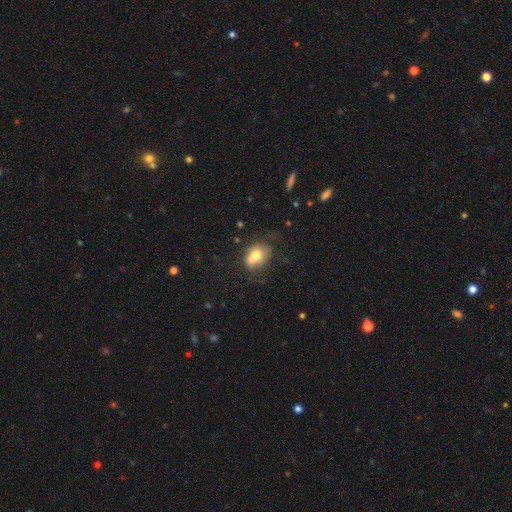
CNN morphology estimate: Smooth or featured: smooth — 69% (featured or disk — 20%)
How rounded: in between — 50% (round — 49%)
Merging: none — 43% (minor disturbance — 25%)